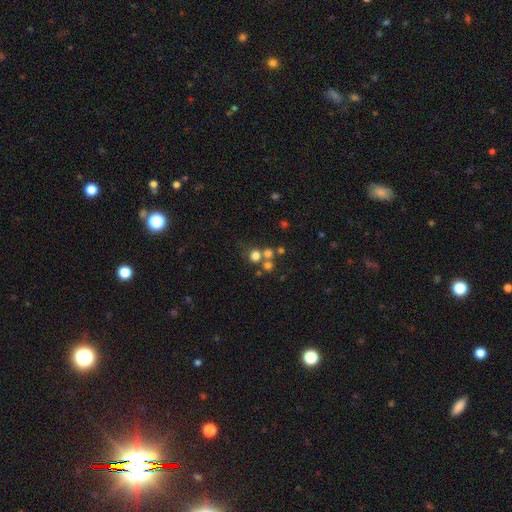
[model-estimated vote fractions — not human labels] Smooth or featured?
  - smooth: 68% *
  - star or artifact: 19%
  - featured or disk: 13%
How rounded?
  - round: 87% *
  - in between: 12%
  - cigar-shaped: 1%
Merging?
  - none: 51% *
  - merger: 36%
  - minor disturbance: 7%
  - major disturbance: 5%